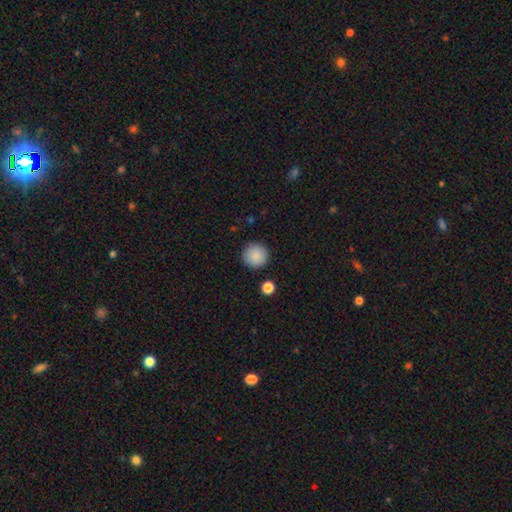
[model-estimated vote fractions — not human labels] A smooth galaxy with no disk features (87%) that is round (95%). Merging: none (90%).